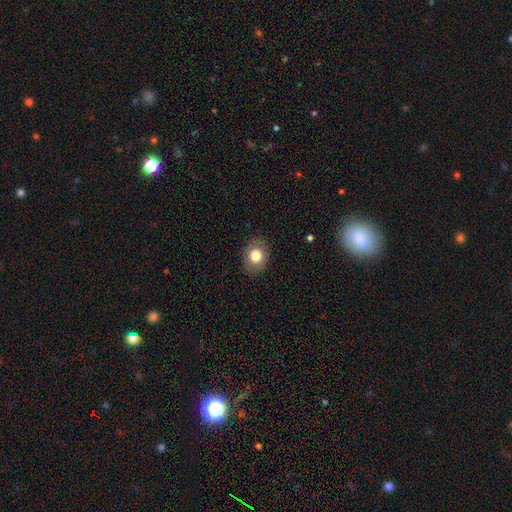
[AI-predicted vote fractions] Smooth or featured: smooth — 79% (featured or disk — 13%)
How rounded: in between — 52% (round — 47%)
Merging: none — 86% (minor disturbance — 10%)